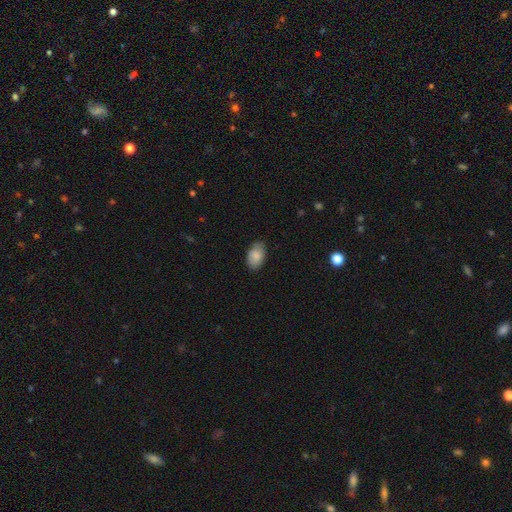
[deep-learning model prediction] A smooth galaxy with no disk features (85%) that is in between round and cigar-shaped (92%).

Vote fractions:
- Smooth or featured? smooth: 85% / featured or disk: 9% / star or artifact: 7%
- How rounded? in between: 92% / round: 7% / cigar-shaped: 1%
- Merging? none: 81% / minor disturbance: 15% / major disturbance: 3% / merger: 1%